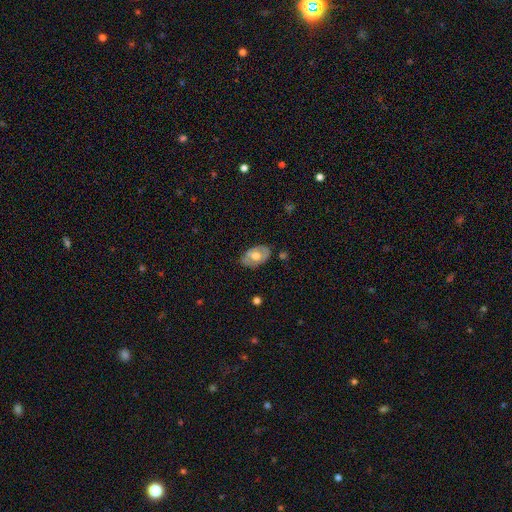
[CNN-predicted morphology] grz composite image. It shows a featured or disk galaxy (48%). Merging: none (75%).